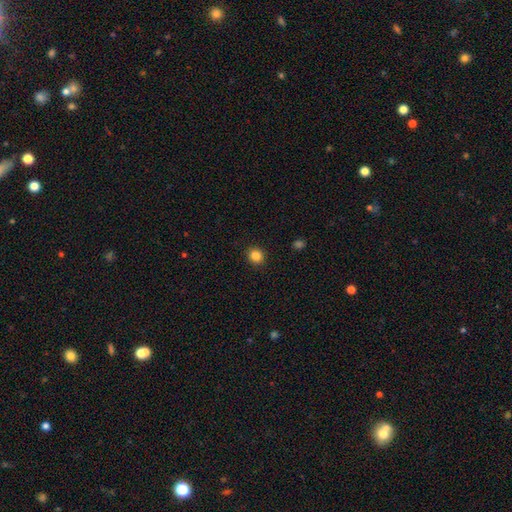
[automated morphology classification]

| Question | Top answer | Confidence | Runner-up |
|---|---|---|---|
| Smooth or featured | smooth | 85% | star or artifact (11%) |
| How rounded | round | 85% | in between (14%) |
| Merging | none | 92% | minor disturbance (5%) |